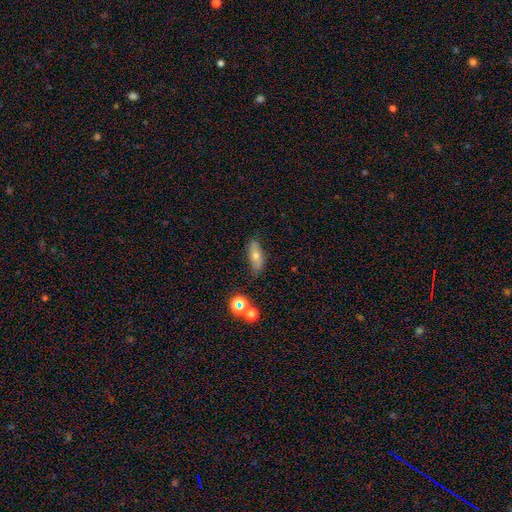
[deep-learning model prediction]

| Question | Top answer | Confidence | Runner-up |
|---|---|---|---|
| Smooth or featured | smooth | 57% | featured or disk (30%) |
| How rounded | in between | 68% | cigar-shaped (25%) |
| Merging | none | 77% | minor disturbance (17%) |